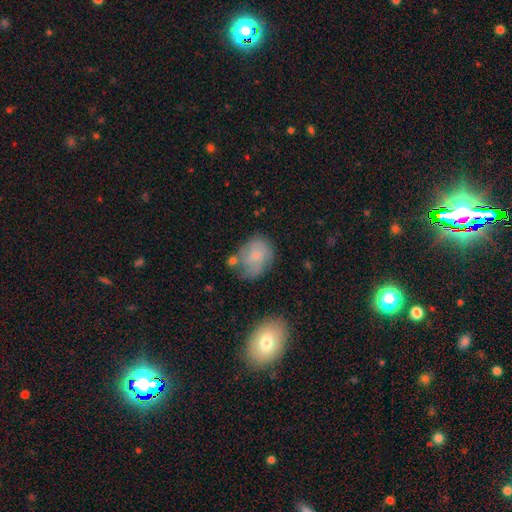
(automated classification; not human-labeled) smooth 63%, featured or disk 28%, star or artifact 9%. Down the decision tree: how rounded — in between (56%); merging — none (53%).